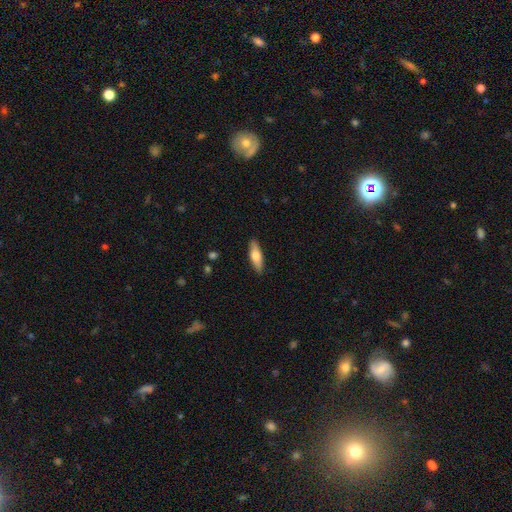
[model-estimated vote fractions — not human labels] smooth 67%, featured or disk 27%, star or artifact 6%. Down the decision tree: how rounded — cigar-shaped (50%); merging — none (88%).